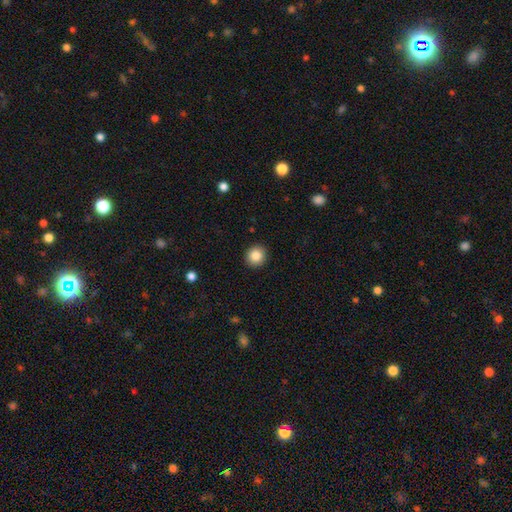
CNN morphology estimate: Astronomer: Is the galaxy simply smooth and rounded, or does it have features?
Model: smooth — 85%.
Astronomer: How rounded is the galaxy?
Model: round — 86%.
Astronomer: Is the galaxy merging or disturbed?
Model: none — 92%.